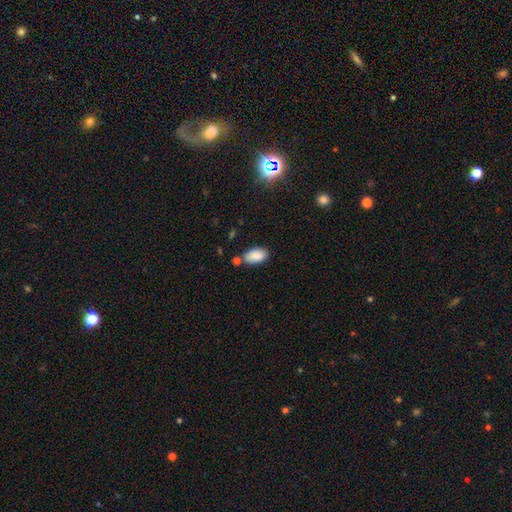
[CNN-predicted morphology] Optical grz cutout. It shows a smooth galaxy with no disk features (88%) that is in between round and cigar-shaped (94%). Merging: none (73%).